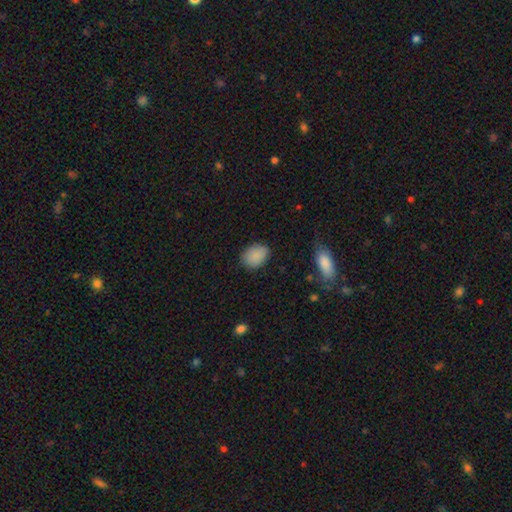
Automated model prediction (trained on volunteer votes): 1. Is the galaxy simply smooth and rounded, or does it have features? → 88% smooth, 8% star or artifact, 4% featured or disk.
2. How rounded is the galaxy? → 72% in between, 27% round, 1% cigar-shaped.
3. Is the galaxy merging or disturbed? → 81% none, 14% minor disturbance, 3% major disturbance, 1% merger.